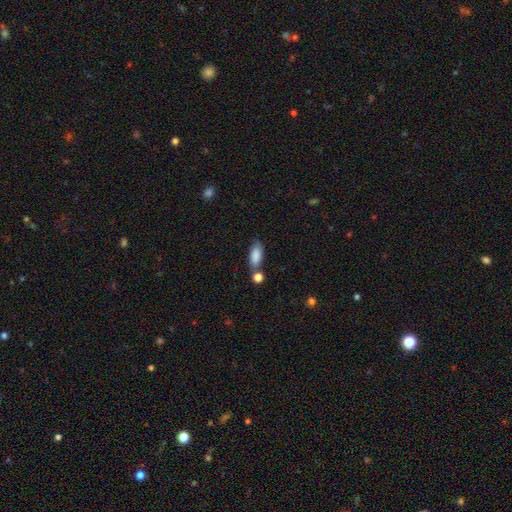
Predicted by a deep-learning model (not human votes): Smooth or featured: smooth — 86% (featured or disk — 7%)
How rounded: in between — 83% (cigar-shaped — 14%)
Merging: none — 57% (merger — 20%)